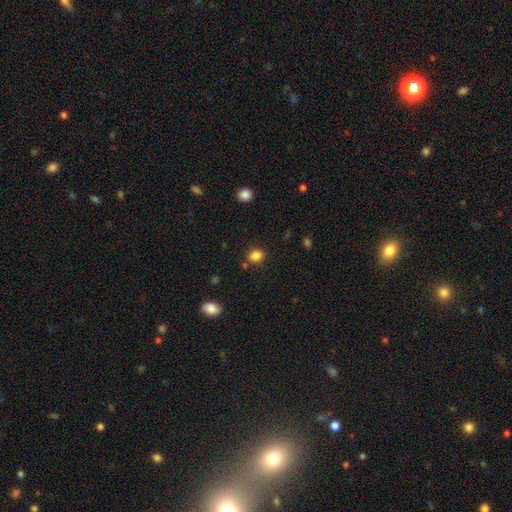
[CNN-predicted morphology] smooth_or_featured: smooth (p=0.85) [alt: star or artifact p=0.11]
how_rounded: round (p=0.57) [alt: in between p=0.42]
merging: none (p=0.80) [alt: minor disturbance p=0.11]